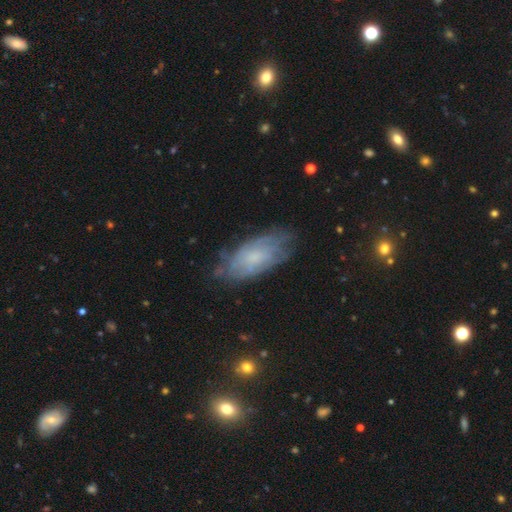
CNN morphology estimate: smooth_or_featured: featured or disk (p=0.51) [alt: smooth p=0.36]
disk_edge_on: no (p=0.85) [alt: yes p=0.15]
merging: none (p=0.80) [alt: minor disturbance p=0.15]